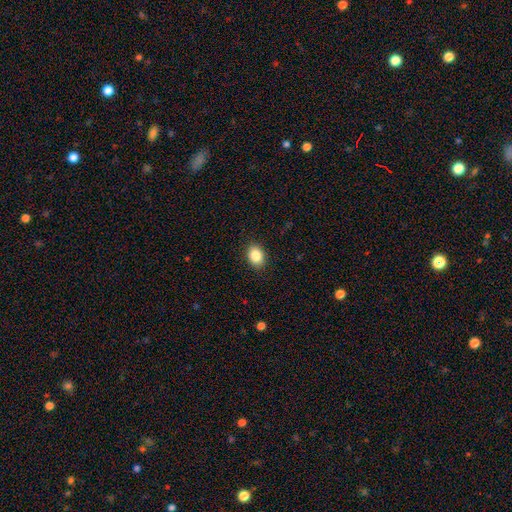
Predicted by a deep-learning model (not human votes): Morphology: type=smooth (87%); roundness=in between (73%); merging=none (89%).